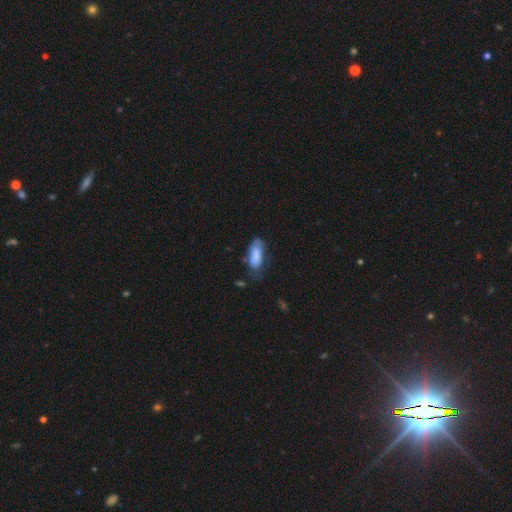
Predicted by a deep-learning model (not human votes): Smooth or featured?
  - smooth: 76% *
  - featured or disk: 17%
  - star or artifact: 7%
How rounded?
  - in between: 87% *
  - cigar-shaped: 11%
  - round: 2%
Merging?
  - none: 42% *
  - minor disturbance: 34%
  - major disturbance: 20%
  - merger: 4%